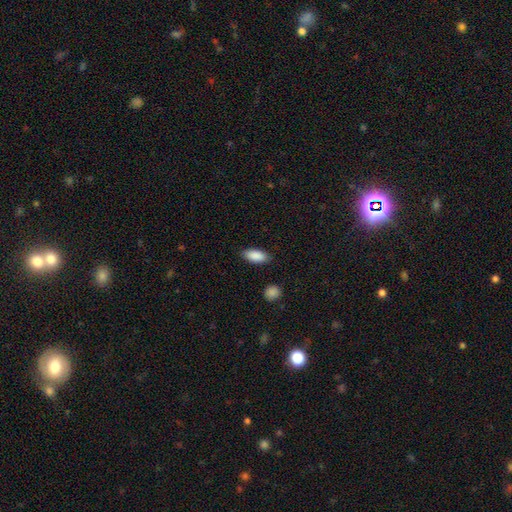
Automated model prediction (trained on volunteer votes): The model was most divided on "how rounded": in between: 86%, cigar-shaped: 12%, round: 2%. More confident: smooth or featured — smooth (89%); merging — none (86%).